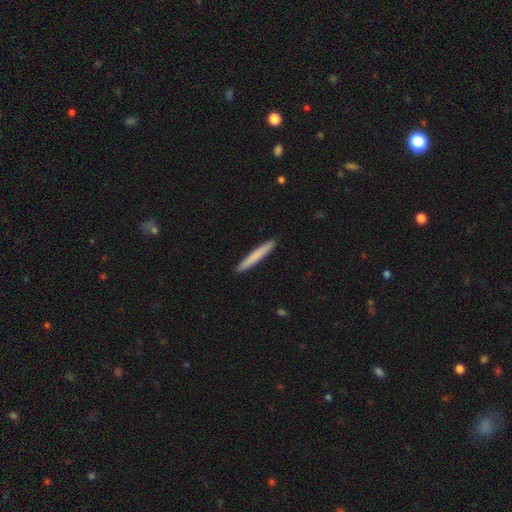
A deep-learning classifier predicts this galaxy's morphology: A smooth galaxy with no disk features (75%) that is cigar-shaped (97%). Merging: none (93%).